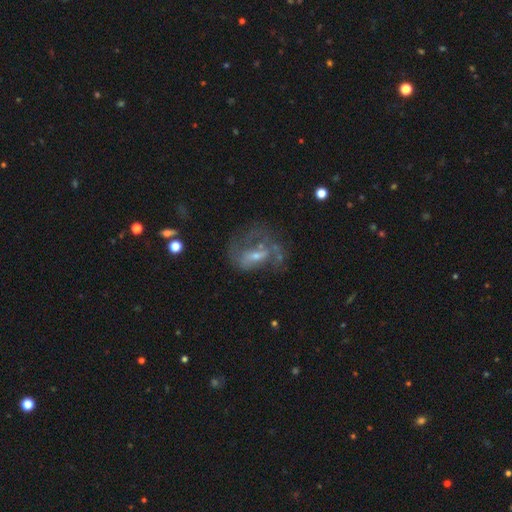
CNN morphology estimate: A featured or disk galaxy (67%) with no bar (45%), spiral arms (54%) and a small central bulge (58%).

Vote fractions:
- Smooth or featured? featured or disk: 67% / smooth: 20% / star or artifact: 14%
- Edge-on disk? no: 95% / yes: 5%
- Bar? no: 45% / weak: 39% / strong: 16%
- Spiral arms? yes: 54% / no: 46%
- Bulge size? small: 58% / moderate: 28% / none: 10% / large: 2% / dominant: 1%
- Merging? major disturbance: 38% / none: 37% / minor disturbance: 18% / merger: 7%